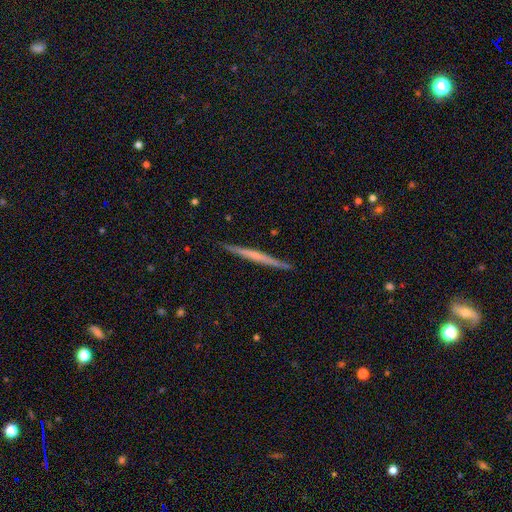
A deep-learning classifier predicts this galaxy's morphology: A featured or disk galaxy (56%) viewed edge-on (98%) with no central bulge (82%). Merging: none (91%).